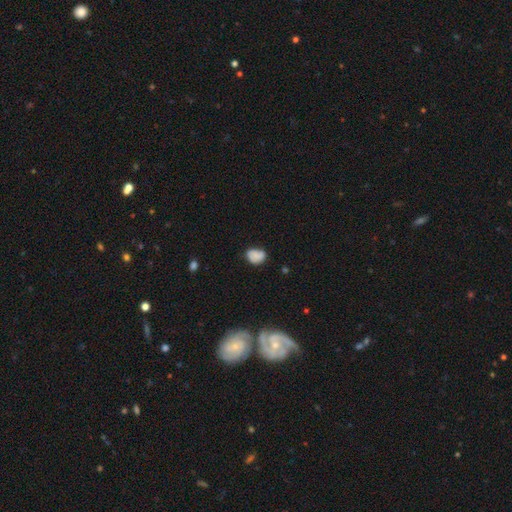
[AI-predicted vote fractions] smooth_or_featured: smooth (p=0.78) [alt: featured or disk p=0.12]
how_rounded: in between (p=0.67) [alt: round p=0.32]
merging: none (p=0.64) [alt: minor disturbance p=0.27]